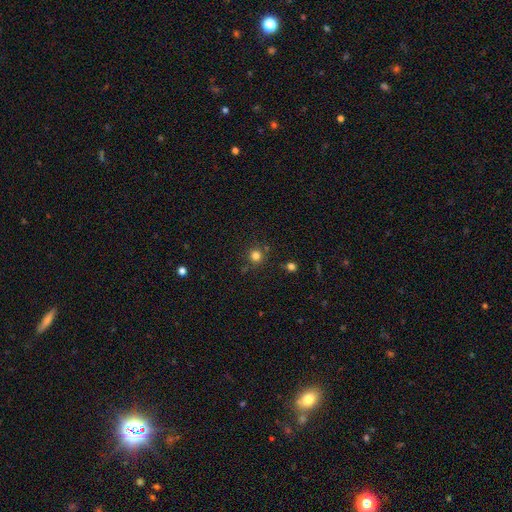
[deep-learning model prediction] Morphology: type=smooth (79%); roundness=round (93%); merging=none (83%).